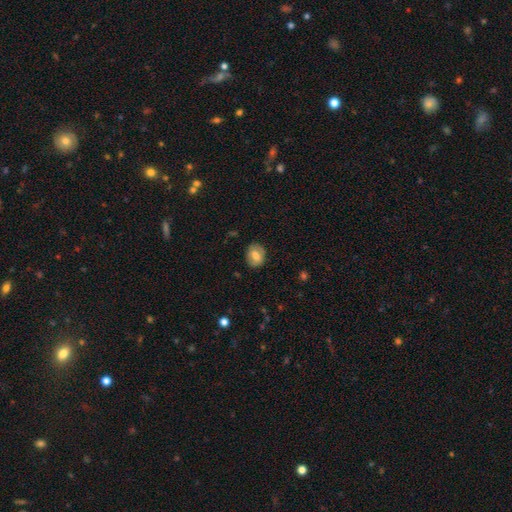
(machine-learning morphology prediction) Q: Smooth or featured?
A: smooth (66%); runner-up: featured or disk (26%)
Q: How rounded?
A: in between (52%); runner-up: round (47%)
Q: Merging?
A: none (83%); runner-up: minor disturbance (13%)